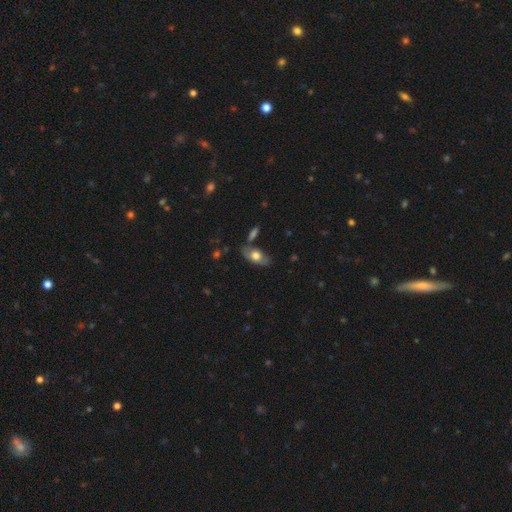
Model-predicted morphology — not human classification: This is possibly a smooth galaxy (58%). How rounded: clearly in between (89%). Merging: likely none (72%).